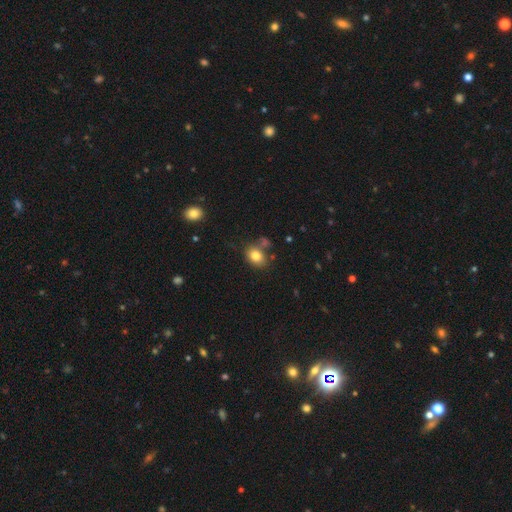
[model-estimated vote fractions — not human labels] Overall: smooth (81%). How rounded: in between (62%; round 37%). Merging: none (66%).